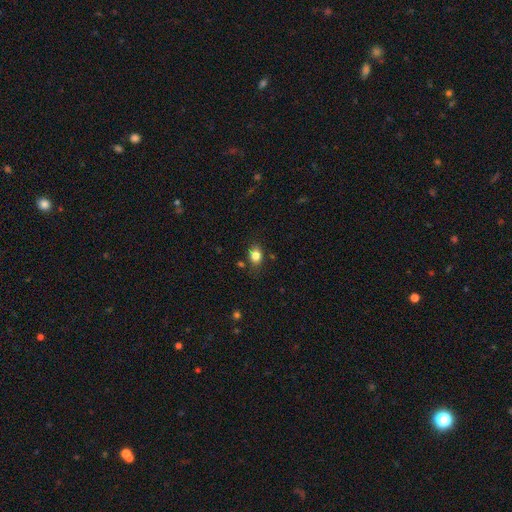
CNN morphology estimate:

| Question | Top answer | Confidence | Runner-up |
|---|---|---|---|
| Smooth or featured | smooth | 82% | star or artifact (10%) |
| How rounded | in between | 61% | round (38%) |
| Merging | none | 78% | minor disturbance (16%) |